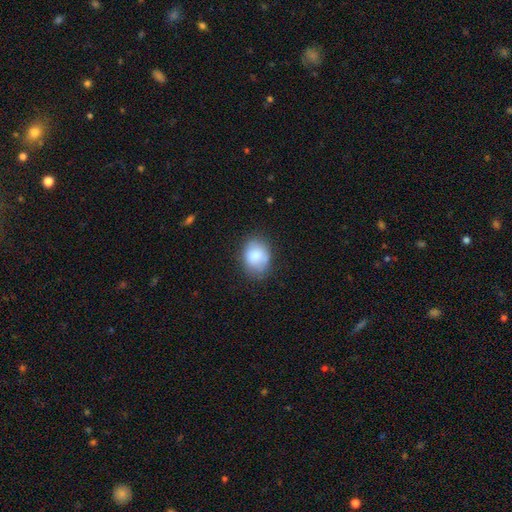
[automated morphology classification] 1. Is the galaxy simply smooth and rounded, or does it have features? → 81% smooth, 12% featured or disk, 7% star or artifact.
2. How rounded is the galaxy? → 60% in between, 39% round, 1% cigar-shaped.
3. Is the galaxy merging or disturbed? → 71% none, 22% minor disturbance, 5% major disturbance, 2% merger.